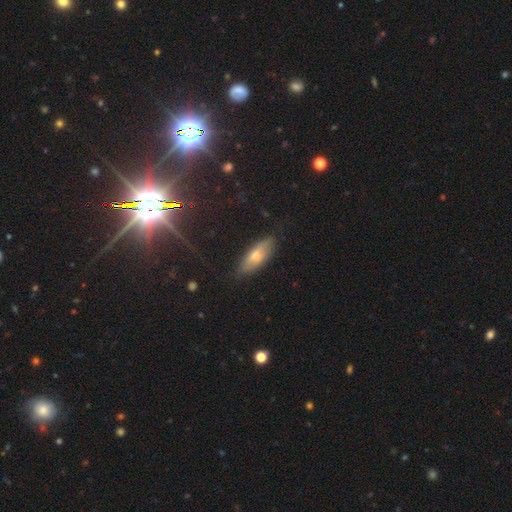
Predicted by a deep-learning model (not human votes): Smooth or featured? Predicted: smooth (p=0.56). How rounded? Predicted: in between (p=0.57). Merging? Predicted: none (p=0.82).